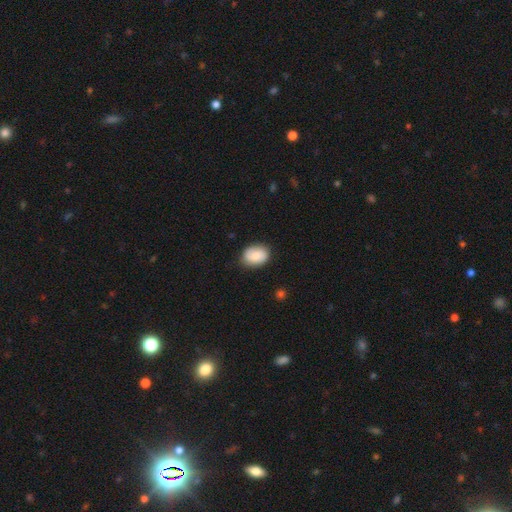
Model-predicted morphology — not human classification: smooth-or-featured: smooth: 76% | featured or disk: 17% | star or artifact: 7%
  how-rounded: in between: 66% | round: 33% | cigar-shaped: 1%
  merging: none: 82% | minor disturbance: 14% | major disturbance: 3% | merger: 1%